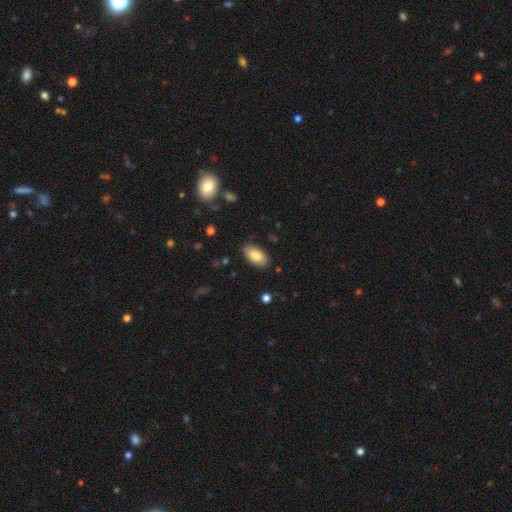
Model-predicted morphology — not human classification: Smooth or featured: smooth — 84% (featured or disk — 9%)
How rounded: in between — 94% (cigar-shaped — 3%)
Merging: none — 84% (minor disturbance — 12%)